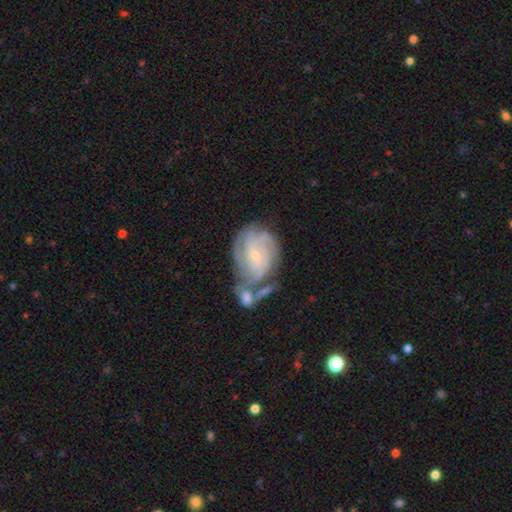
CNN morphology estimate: This is clearly a featured or disk galaxy (81%). It is clearly not viewed edge-on (97%). Bar: likely no (64%). Spiral arm pattern: clearly yes (94%). Spiral arm count: marginally can't tell (34%). Spiral winding: likely tight (67%). Central bulge: likely small (75%). Merging: marginally none (36%).